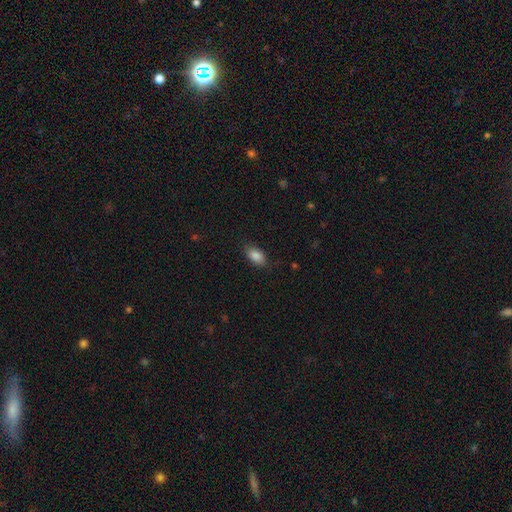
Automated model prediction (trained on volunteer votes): Smooth or featured: smooth — 88% (star or artifact — 8%)
How rounded: in between — 91% (round — 5%)
Merging: none — 83% (minor disturbance — 13%)